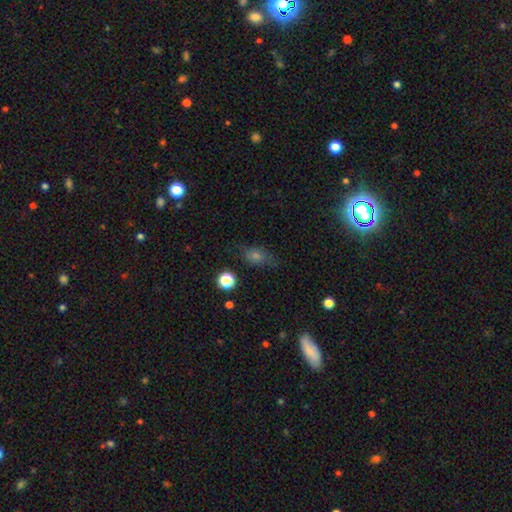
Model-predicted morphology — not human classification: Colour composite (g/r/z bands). It shows a smooth galaxy with no disk features (56%) that is in between round and cigar-shaped (69%). Merging: none (68%).